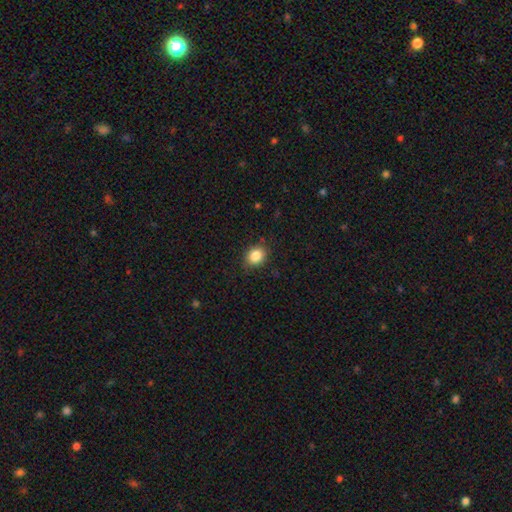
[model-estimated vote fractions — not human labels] The model was most divided on "how rounded": round: 57%, in between: 42%, cigar-shaped: 1%. More confident: smooth or featured — smooth (85%); merging — none (84%).